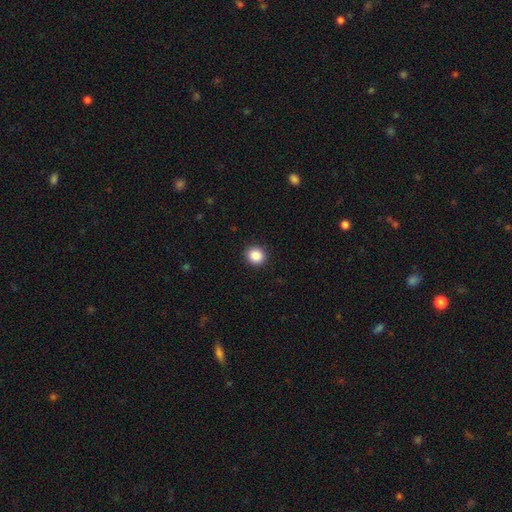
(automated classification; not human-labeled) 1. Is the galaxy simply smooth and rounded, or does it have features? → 88% smooth, 9% star or artifact, 3% featured or disk.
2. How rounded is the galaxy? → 87% round, 12% in between, 1% cigar-shaped.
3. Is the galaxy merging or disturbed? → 92% none, 6% minor disturbance, 2% major disturbance, 1% merger.